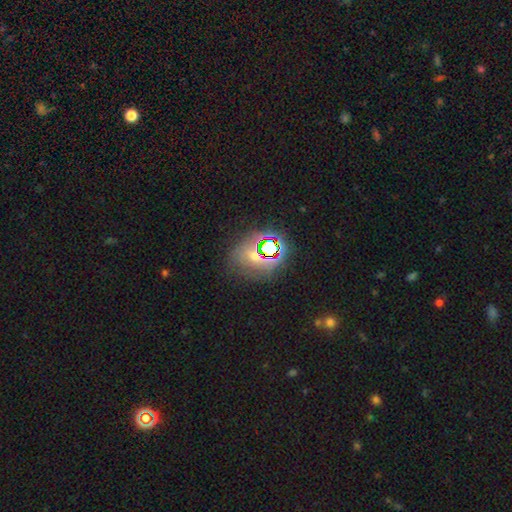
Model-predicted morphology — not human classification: Smooth or featured? Predicted: star or artifact (p=0.48).